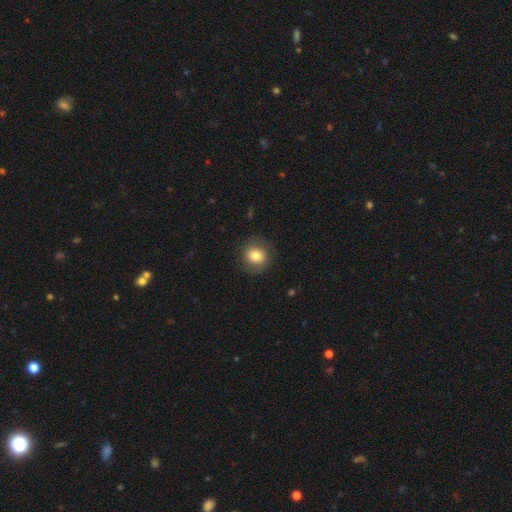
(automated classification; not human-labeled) smooth-or-featured: smooth: 80% | featured or disk: 11% | star or artifact: 9%
  how-rounded: round: 85% | in between: 14% | cigar-shaped: 1%
  merging: none: 86% | minor disturbance: 9% | major disturbance: 4% | merger: 1%